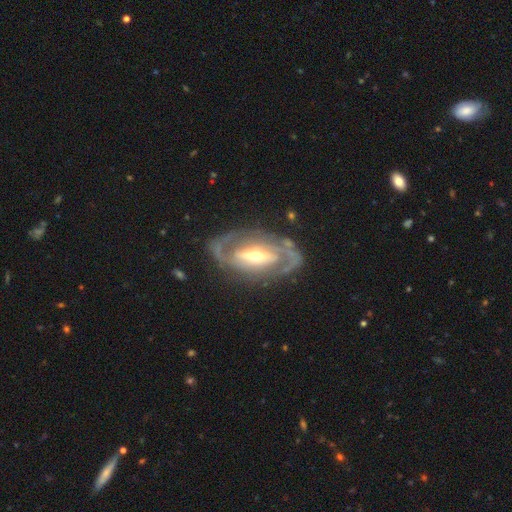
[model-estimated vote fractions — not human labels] Smooth or featured? Predicted: featured or disk (p=0.85). Edge-on disk? Predicted: no (p=0.93). Bar? Predicted: strong (p=0.45). Spiral arms? Predicted: yes (p=0.82). Spiral winding? Predicted: tight (p=0.45). Spiral arm count? Predicted: 2 (p=0.72). Bulge size? Predicted: moderate (p=0.56). Merging? Predicted: none (p=0.72).